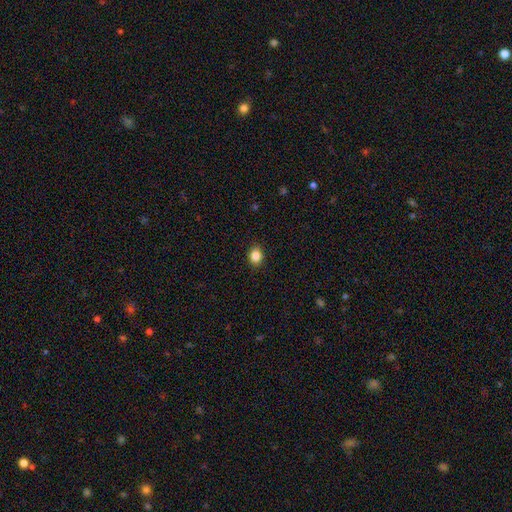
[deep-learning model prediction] This is clearly a smooth galaxy (86%). How rounded: possibly round (55%). Merging: clearly none (90%).